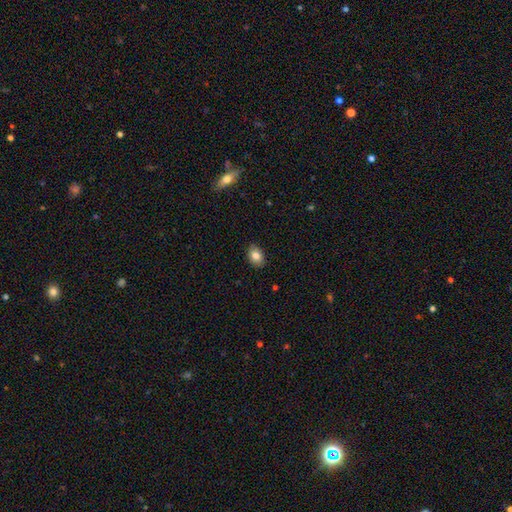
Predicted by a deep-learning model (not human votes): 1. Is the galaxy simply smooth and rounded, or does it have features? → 83% smooth, 8% star or artifact, 8% featured or disk.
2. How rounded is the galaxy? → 76% in between, 23% round, 1% cigar-shaped.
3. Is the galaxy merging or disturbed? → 87% none, 10% minor disturbance, 2% major disturbance, 1% merger.